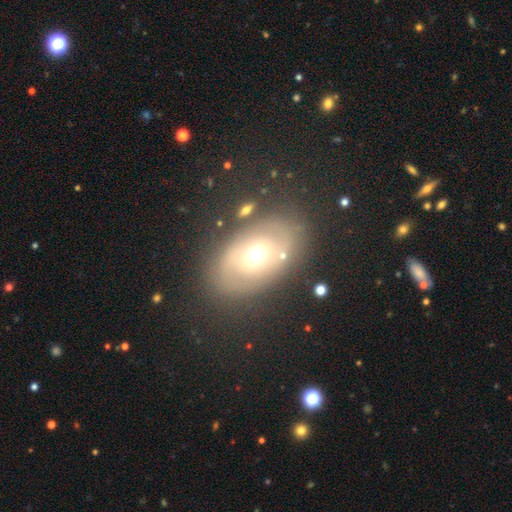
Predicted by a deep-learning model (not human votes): smooth_or_featured: featured or disk (p=0.51) [alt: smooth p=0.39]
disk_edge_on: no (p=0.92) [alt: yes p=0.08]
merging: none (p=0.78) [alt: minor disturbance p=0.12]